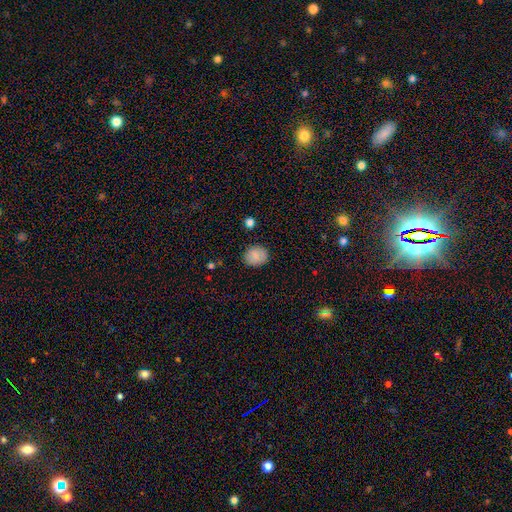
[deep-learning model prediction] The model was most divided on "how rounded": round: 68%, in between: 31%, cigar-shaped: 1%. More confident: merging — none (86%); smooth or featured — smooth (82%).